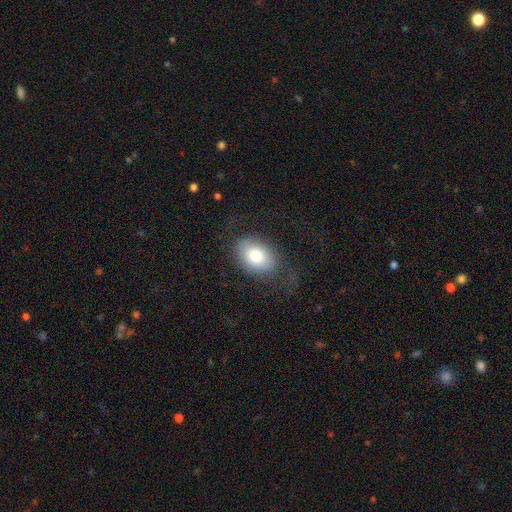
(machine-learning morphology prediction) smooth_or_featured: smooth (p=0.71) [alt: featured or disk p=0.21]
how_rounded: in between (p=0.82) [alt: round p=0.17]
merging: none (p=0.63) [alt: minor disturbance p=0.19]